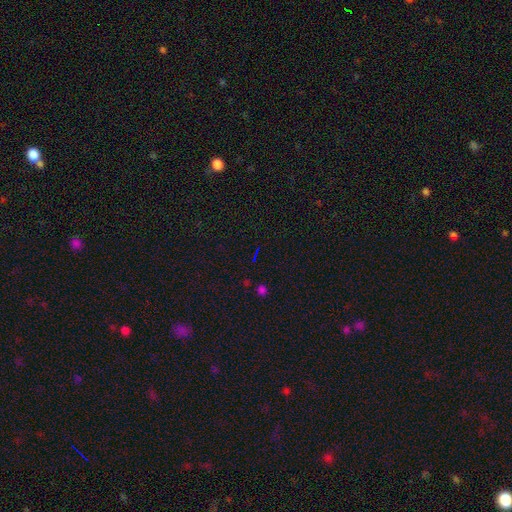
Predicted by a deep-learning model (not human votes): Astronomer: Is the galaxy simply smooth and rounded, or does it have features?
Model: star or artifact — 71%.